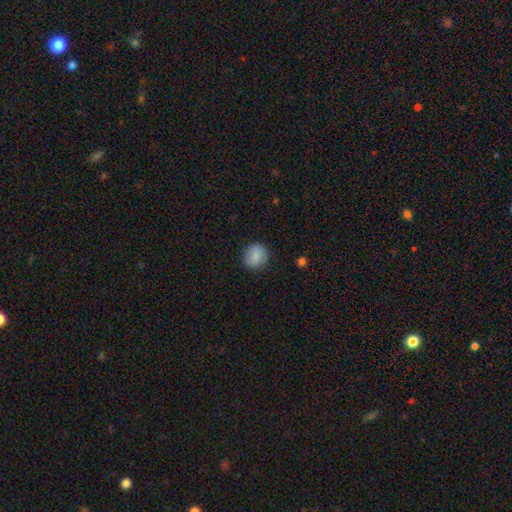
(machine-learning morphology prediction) The model was most divided on "how rounded": round: 82%, in between: 17%, cigar-shaped: 1%. More confident: smooth or featured — smooth (85%); merging — none (83%).